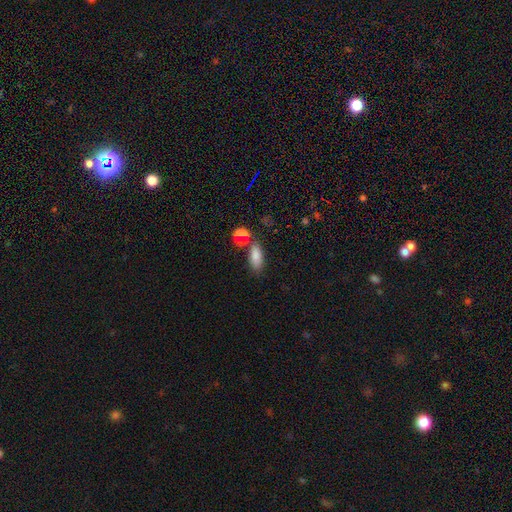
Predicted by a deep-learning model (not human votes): Smooth or featured? Predicted: smooth (p=0.83). How rounded? Predicted: in between (p=0.80). Merging? Predicted: none (p=0.65).